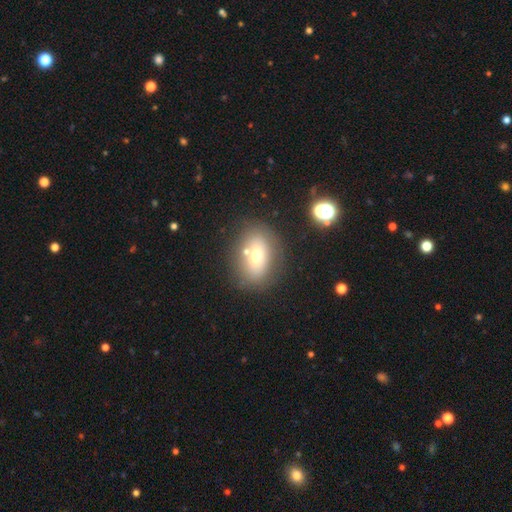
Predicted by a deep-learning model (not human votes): The model was most divided on "smooth or featured": smooth: 63%, featured or disk: 23%, star or artifact: 13%. More confident: how rounded — in between (71%); merging — none (68%).